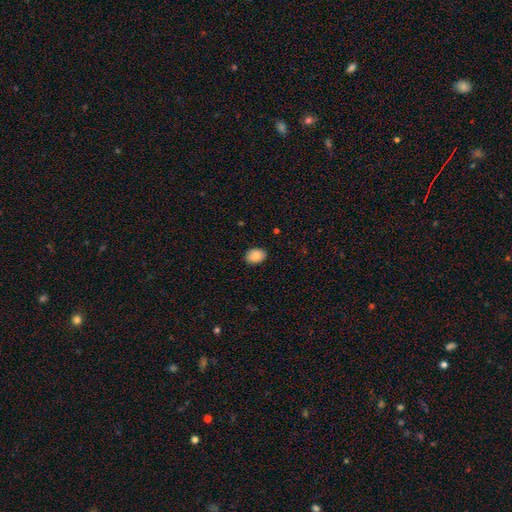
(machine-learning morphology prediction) type=smooth (88%); roundness=in between (79%); merging=none (88%).